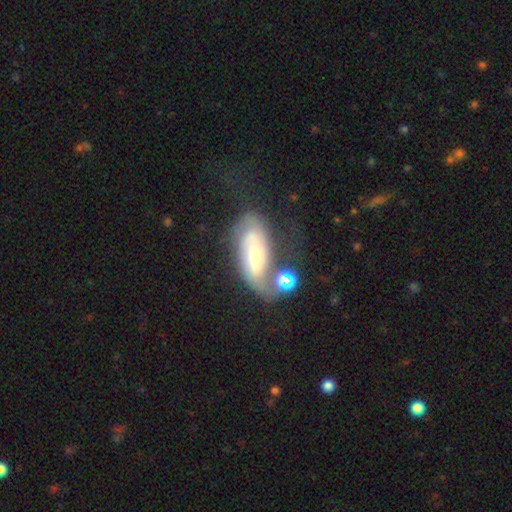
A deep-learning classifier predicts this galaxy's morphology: Smooth or featured: featured or disk — 65% (smooth — 27%)
Edge-on disk: no — 91% (yes — 9%)
Bar: no — 39% (weak — 38%)
Spiral arms: yes — 84% (no — 16%)
Spiral winding: medium — 42% (tight — 36%)
Spiral arm count: 2 — 64% (can't tell — 22%)
Bulge size: small — 42% (moderate — 39%)
Merging: none — 35% (merger — 22%)